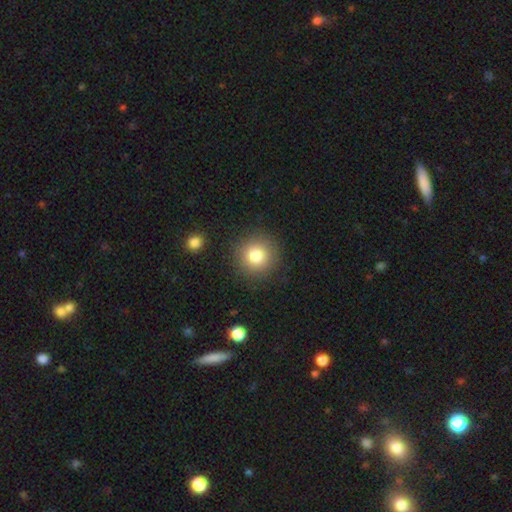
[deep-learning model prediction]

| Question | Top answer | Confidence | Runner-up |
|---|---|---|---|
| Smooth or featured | smooth | 81% | star or artifact (11%) |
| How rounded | round | 94% | in between (5%) |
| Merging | none | 88% | minor disturbance (7%) |